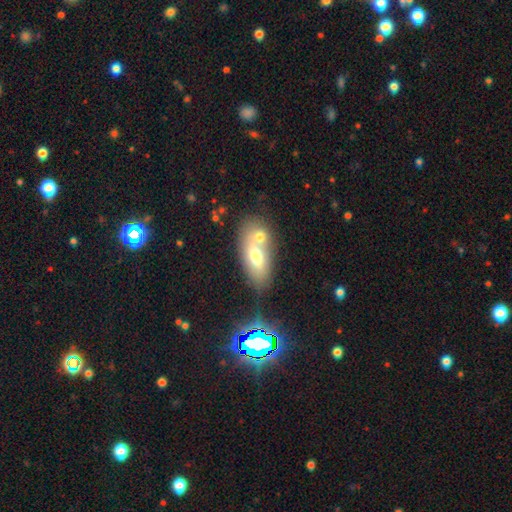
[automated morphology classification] A smooth galaxy with no disk features (59%) that is in between round and cigar-shaped (81%). Merging: merger (47%).